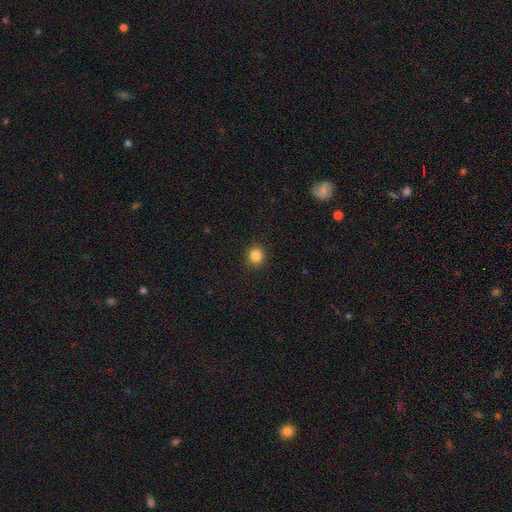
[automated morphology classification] Overall: smooth (84%). How rounded: round (87%). Merging: none (92%).